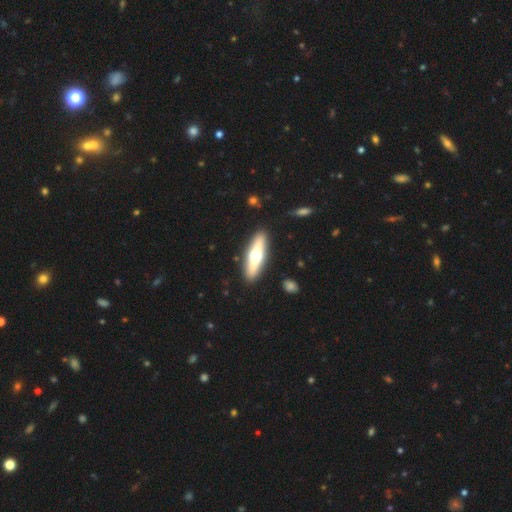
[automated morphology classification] Q: Smooth or featured?
A: featured or disk (51%); runner-up: smooth (44%)
Q: Edge-on disk?
A: yes (86%); runner-up: no (14%)
Q: Merging?
A: none (89%); runner-up: minor disturbance (7%)